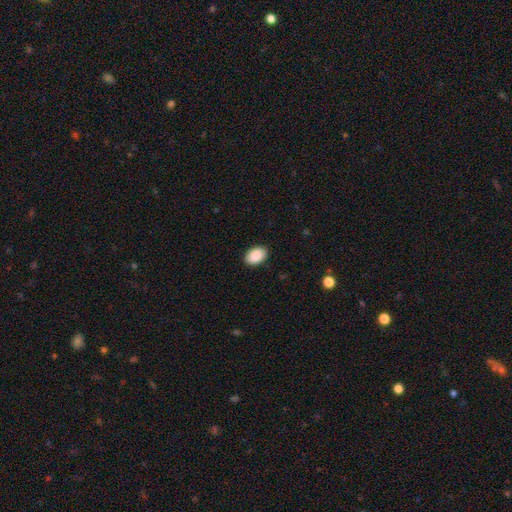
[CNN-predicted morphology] A smooth galaxy with no disk features (90%) that is in between round and cigar-shaped (88%). Merging: none (90%).